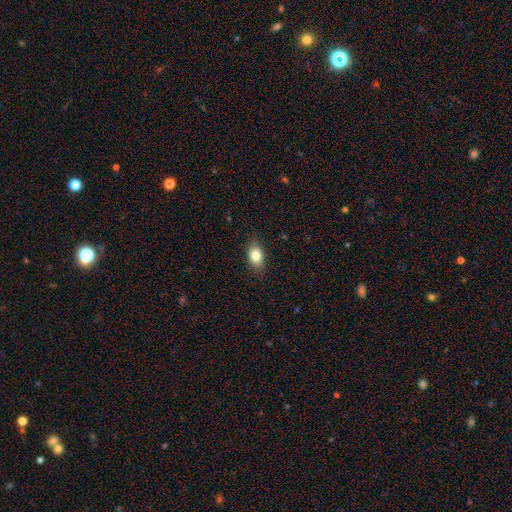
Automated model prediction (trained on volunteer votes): This appears to be a smooth galaxy with no disk features (81%) that is in between round and cigar-shaped (82%). Merging: none (85%).